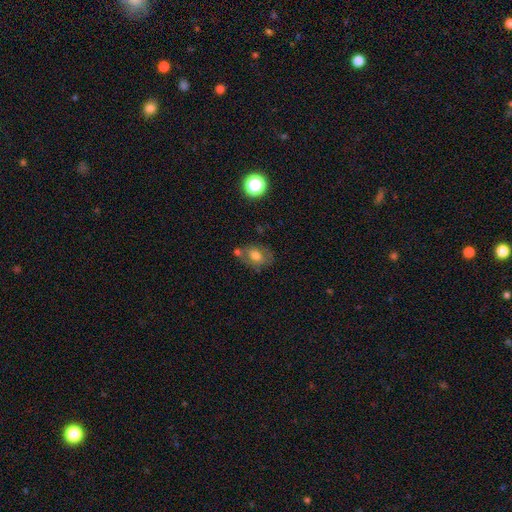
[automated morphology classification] Smooth or featured? smooth (62%)
How rounded? in between (70%)
Merging? none (57%)